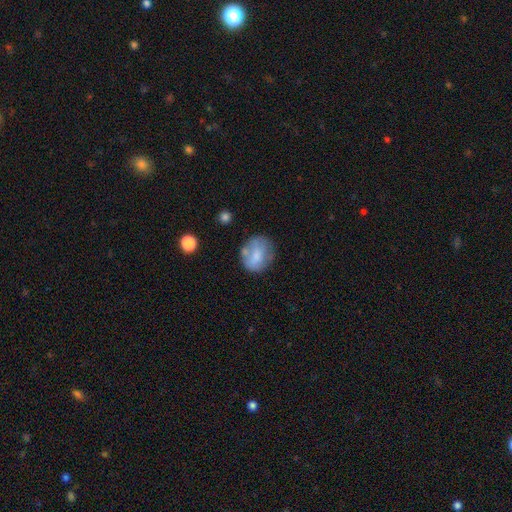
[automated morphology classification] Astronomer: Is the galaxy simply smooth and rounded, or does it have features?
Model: smooth — 65%.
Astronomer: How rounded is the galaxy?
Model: round — 63%.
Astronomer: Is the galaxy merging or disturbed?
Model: none — 58%.